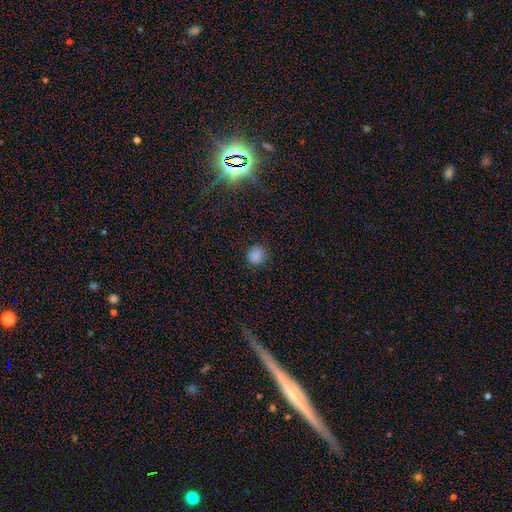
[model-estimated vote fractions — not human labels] Morphology: type=smooth (84%); roundness=round (92%); merging=none (88%).